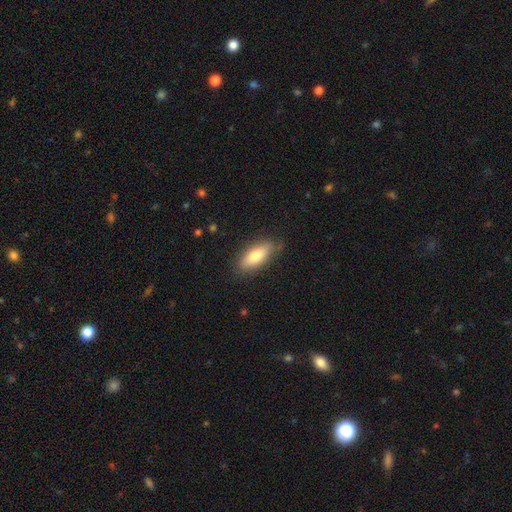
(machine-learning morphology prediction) smooth 75%, featured or disk 19%, star or artifact 6%. Down the decision tree: how rounded — in between (71%); merging — none (80%).